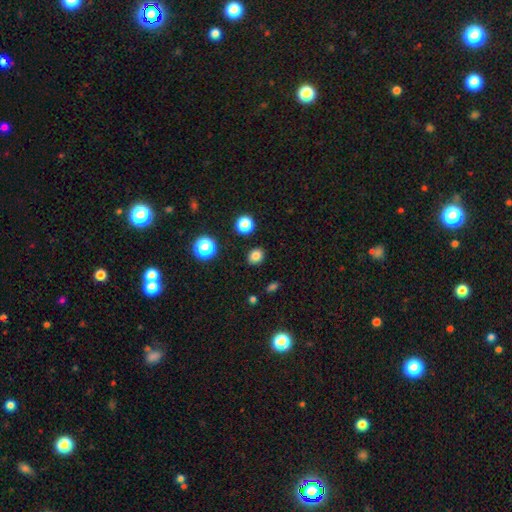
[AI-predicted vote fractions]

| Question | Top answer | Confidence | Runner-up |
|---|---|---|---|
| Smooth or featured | smooth | 81% | star or artifact (14%) |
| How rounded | round | 65% | in between (34%) |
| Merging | none | 89% | minor disturbance (7%) |